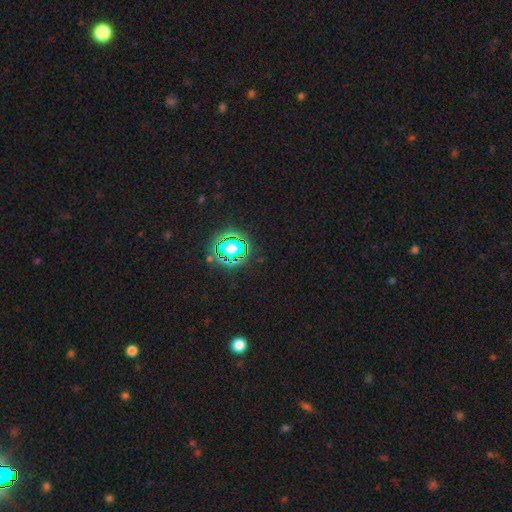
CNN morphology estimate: The model was most divided on "smooth or featured": star or artifact: 81%, smooth: 12%, featured or disk: 7%.